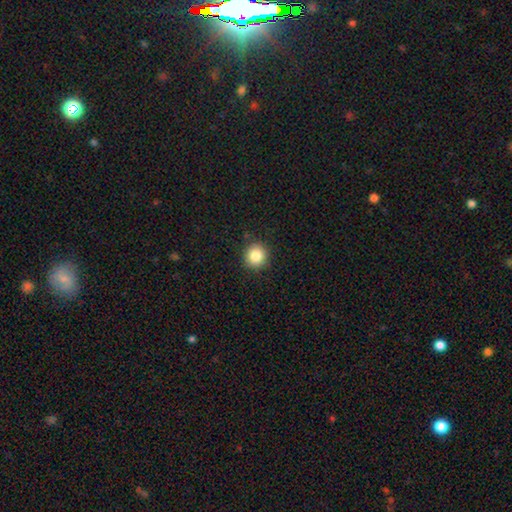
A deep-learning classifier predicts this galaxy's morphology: This appears to be a smooth galaxy with no disk features (85%) that is round (91%). Merging: none (90%).